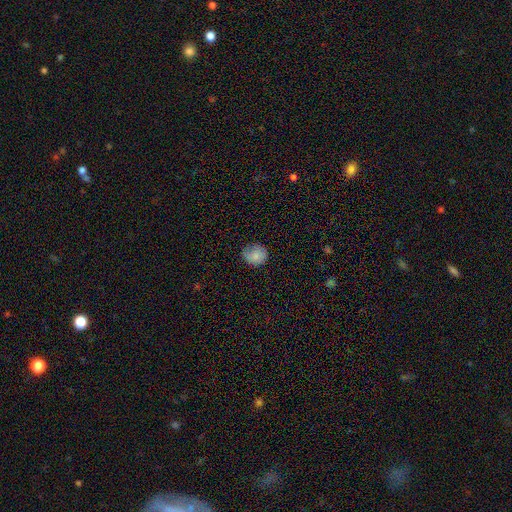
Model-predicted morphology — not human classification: The model was most divided on "merging": none: 69%, minor disturbance: 24%, major disturbance: 6%, merger: 1%. More confident: smooth or featured — smooth (83%); how rounded — round (78%).